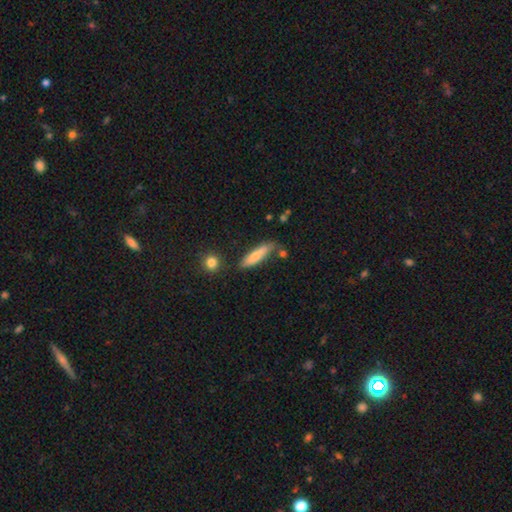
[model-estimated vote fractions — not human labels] smooth-or-featured: smooth: 72% | featured or disk: 21% | star or artifact: 6%
  how-rounded: cigar-shaped: 69% | in between: 29% | round: 2%
  merging: none: 66% | minor disturbance: 21% | merger: 8% | major disturbance: 5%